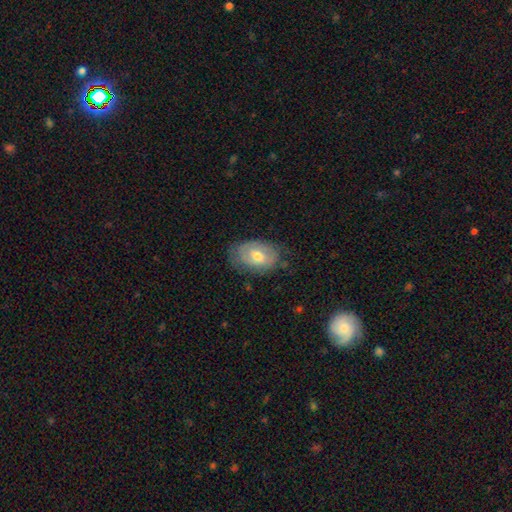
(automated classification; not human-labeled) The model was most divided on "smooth or featured": featured or disk: 47%, smooth: 45%, star or artifact: 7%. More confident: merging — none (69%).